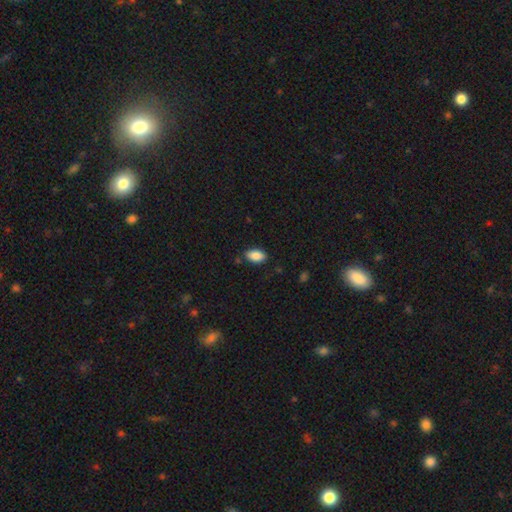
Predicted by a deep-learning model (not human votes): Smooth or featured? Predicted: smooth (p=0.88). How rounded? Predicted: in between (p=0.93). Merging? Predicted: none (p=0.84).